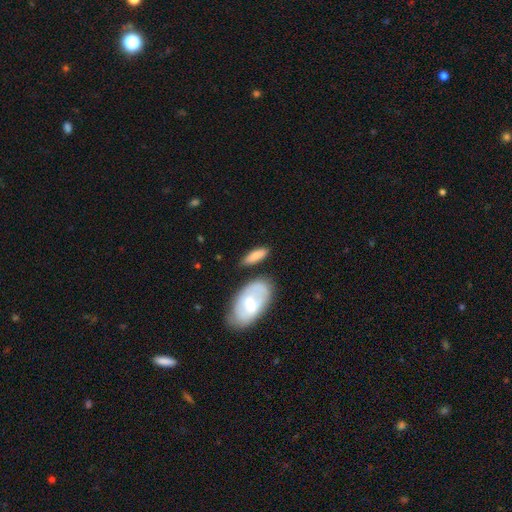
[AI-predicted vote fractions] Q: Smooth or featured?
A: smooth (77%); runner-up: featured or disk (17%)
Q: How rounded?
A: in between (66%); runner-up: cigar-shaped (31%)
Q: Merging?
A: none (68%); runner-up: minor disturbance (18%)